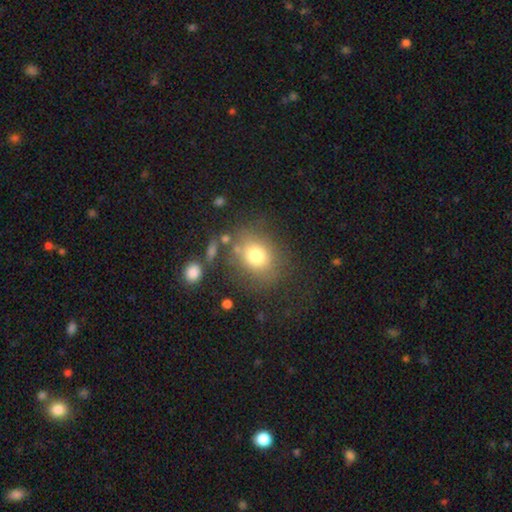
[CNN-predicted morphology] A smooth galaxy with no disk features (75%) that is round (65%).

Vote fractions:
- Smooth or featured? smooth: 75% / star or artifact: 13% / featured or disk: 13%
- How rounded? round: 65% / in between: 34% / cigar-shaped: 1%
- Merging? none: 72% / minor disturbance: 14% / major disturbance: 8% / merger: 6%